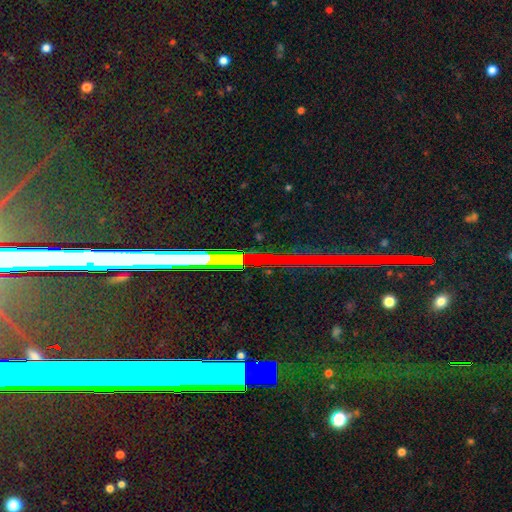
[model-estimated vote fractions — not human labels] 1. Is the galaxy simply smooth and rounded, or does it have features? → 78% star or artifact, 13% featured or disk, 9% smooth.